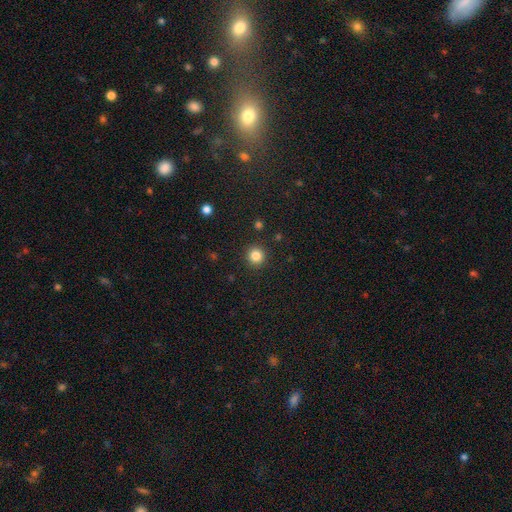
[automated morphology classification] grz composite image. It shows a smooth galaxy with no disk features (84%) that is round (95%). Merging: none (91%).